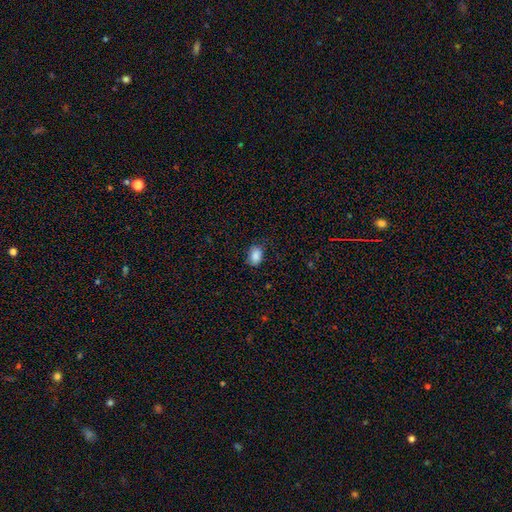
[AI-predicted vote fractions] A smooth galaxy with no disk features (86%) that is in between round and cigar-shaped (81%). Merging: none (69%).